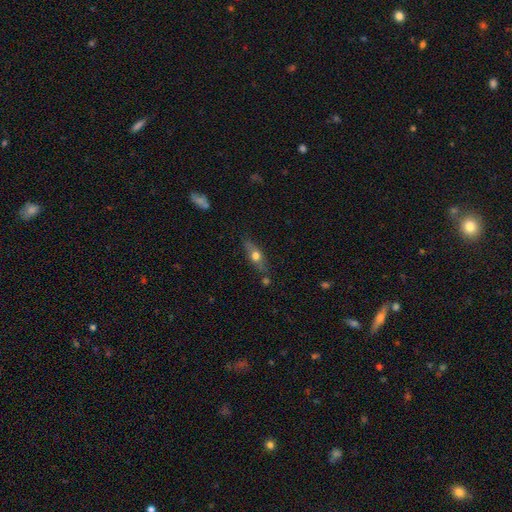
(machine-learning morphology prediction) Overall: smooth (52%; featured or disk 40%). How rounded: in between (48%; cigar-shaped 44%). Merging: none (72%).